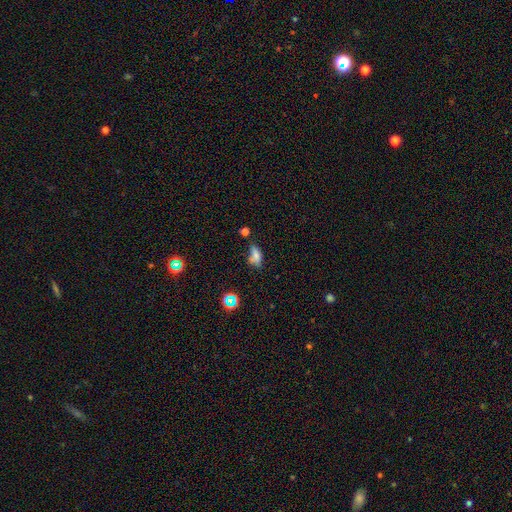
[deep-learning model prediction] Morphology: type=smooth (66%); roundness=in between (81%); merging=none (41%).